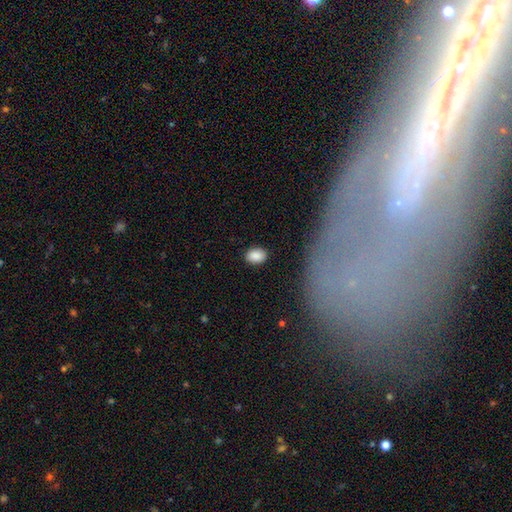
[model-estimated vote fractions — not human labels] Overall: smooth (88%). How rounded: in between (78%). Merging: none (85%).